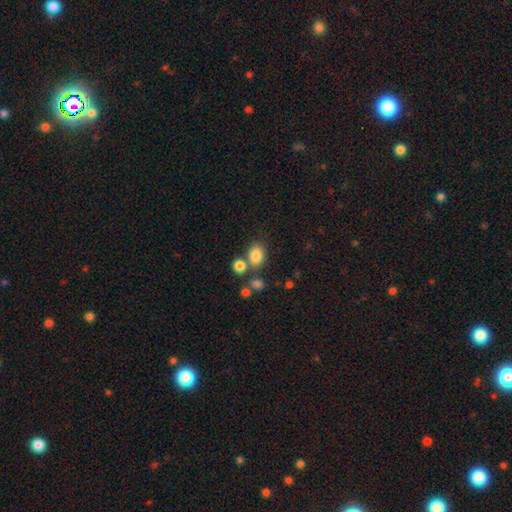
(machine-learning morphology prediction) A smooth galaxy with no disk features (83%) that is in between round and cigar-shaped (58%).

Vote fractions:
- Smooth or featured? smooth: 83% / star or artifact: 10% / featured or disk: 7%
- How rounded? in between: 58% / round: 41% / cigar-shaped: 1%
- Merging? none: 63% / merger: 22% / minor disturbance: 11% / major disturbance: 4%